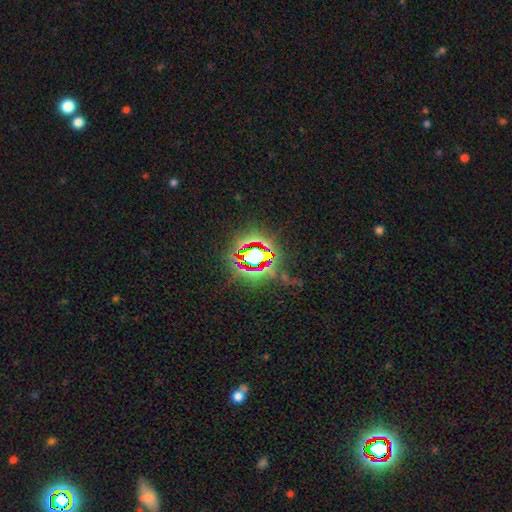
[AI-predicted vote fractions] Smooth or featured? Predicted: star or artifact (p=0.76).